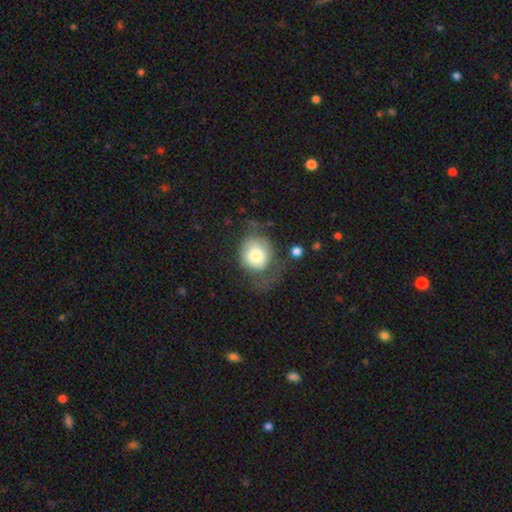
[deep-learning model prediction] Morphology: type=smooth (75%); roundness=round (72%); merging=none (36%).